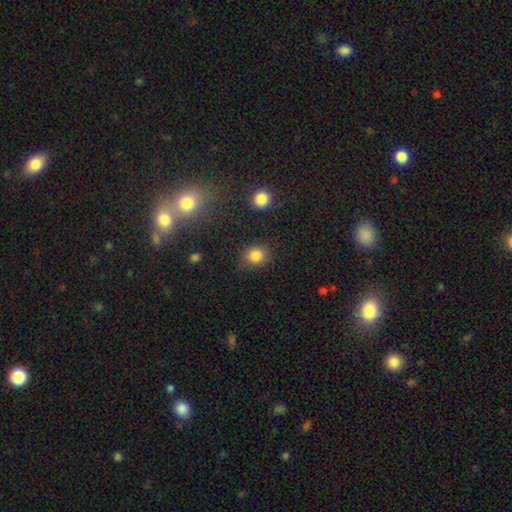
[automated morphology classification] smooth_or_featured: smooth (p=0.84) [alt: star or artifact p=0.11]
how_rounded: round (p=0.79) [alt: in between p=0.20]
merging: none (p=0.81) [alt: minor disturbance p=0.13]